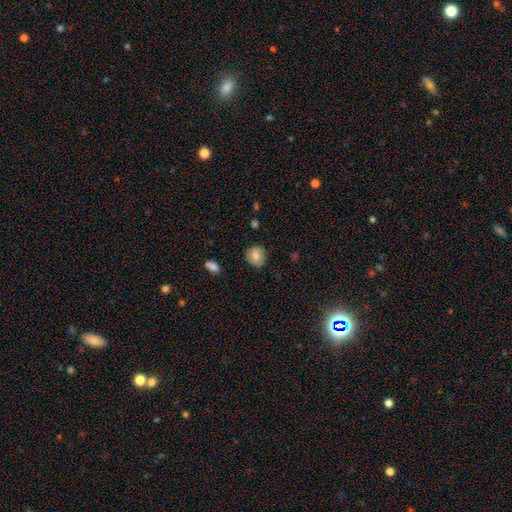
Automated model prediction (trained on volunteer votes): The model was most divided on "smooth or featured": smooth: 72%, featured or disk: 19%, star or artifact: 9%. More confident: how rounded — round (80%); merging — none (79%).